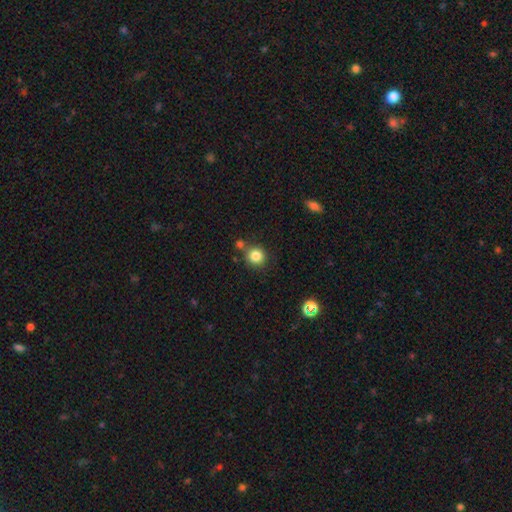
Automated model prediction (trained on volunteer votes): Smooth or featured?
  - smooth: 83% *
  - star or artifact: 12%
  - featured or disk: 6%
How rounded?
  - round: 90% *
  - in between: 9%
  - cigar-shaped: 1%
Merging?
  - none: 73% *
  - merger: 14%
  - minor disturbance: 10%
  - major disturbance: 3%